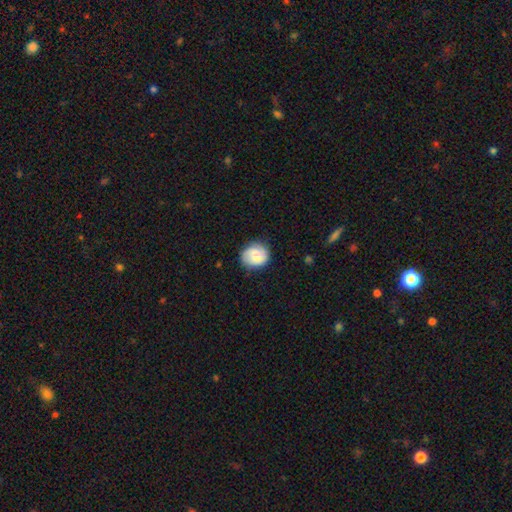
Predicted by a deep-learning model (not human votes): Smooth or featured?
  - smooth: 60% *
  - featured or disk: 33%
  - star or artifact: 7%
How rounded?
  - round: 79% *
  - in between: 20%
  - cigar-shaped: 1%
Merging?
  - none: 81% *
  - minor disturbance: 14%
  - major disturbance: 4%
  - merger: 1%